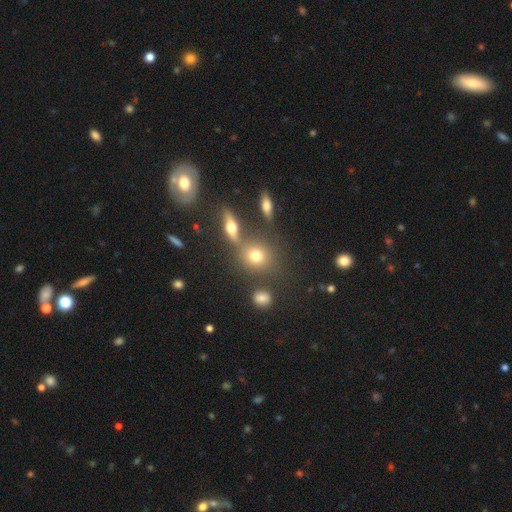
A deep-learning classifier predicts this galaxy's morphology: This appears to be a smooth galaxy with no disk features (72%) that is round (78%). Merging: none (65%).